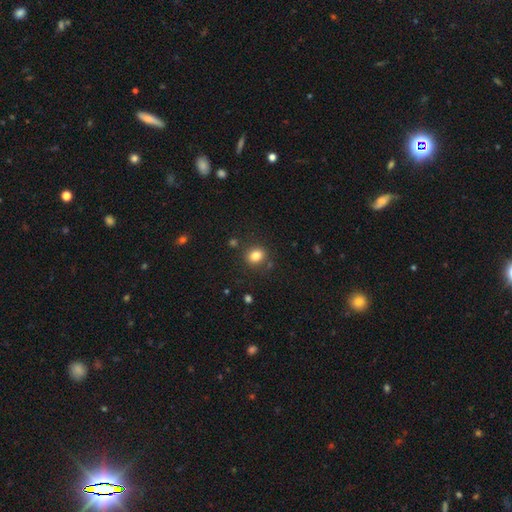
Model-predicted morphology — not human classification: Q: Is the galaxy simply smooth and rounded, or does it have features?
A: smooth — 82%.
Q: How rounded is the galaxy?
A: round — 63%.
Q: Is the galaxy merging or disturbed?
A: none — 83%.